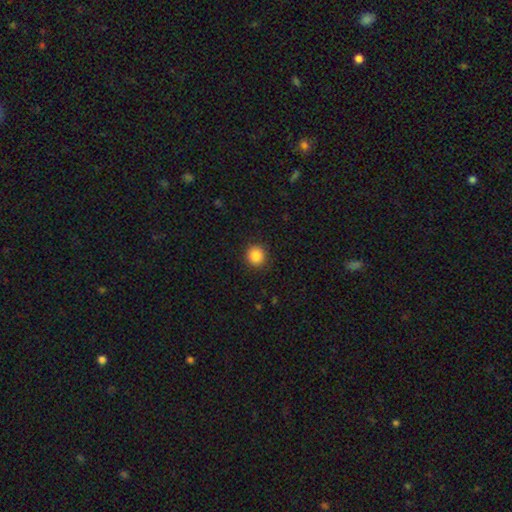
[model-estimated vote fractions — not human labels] This is clearly a smooth galaxy (86%). How rounded: clearly round (91%). Merging: clearly none (91%).